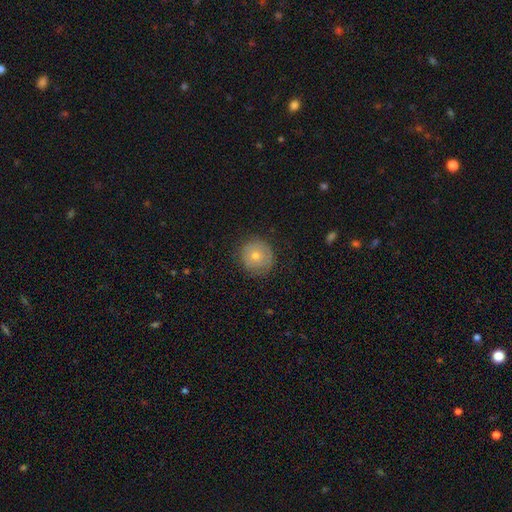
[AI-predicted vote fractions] This appears to be a smooth galaxy with no disk features (66%) that is round (92%). Merging: none (82%).